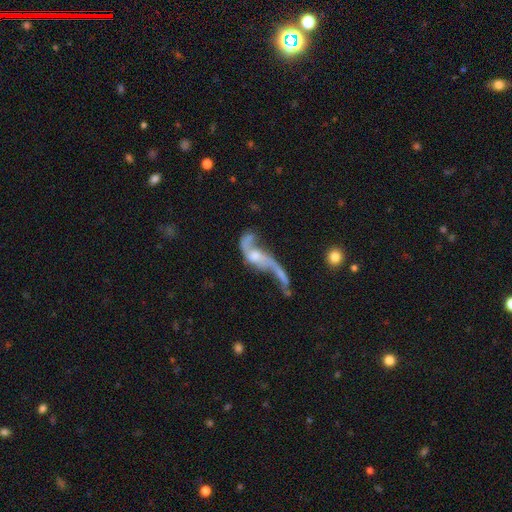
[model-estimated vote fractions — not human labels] smooth_or_featured: featured or disk (p=0.80) [alt: smooth p=0.12]
disk_edge_on: no (p=0.91) [alt: yes p=0.09]
bar: no (p=0.60) [alt: weak p=0.30]
has_spiral_arms: yes (p=0.83) [alt: no p=0.17]
spiral_winding: loose (p=0.93) [alt: medium p=0.05]
spiral_arm_count: 2 (p=0.84) [alt: 1 p=0.09]
bulge_size: small (p=0.40) [alt: moderate p=0.36]
merging: major disturbance (p=0.34) [alt: none p=0.27]